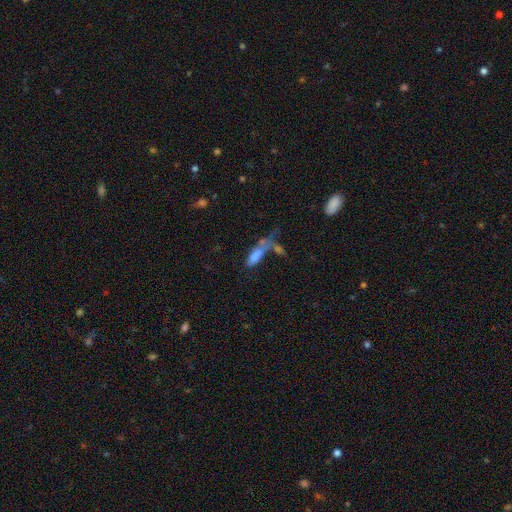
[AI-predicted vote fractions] This appears to be a smooth galaxy with no disk features (68%) that is in between round and cigar-shaped (55%). Merging: merger (39%).